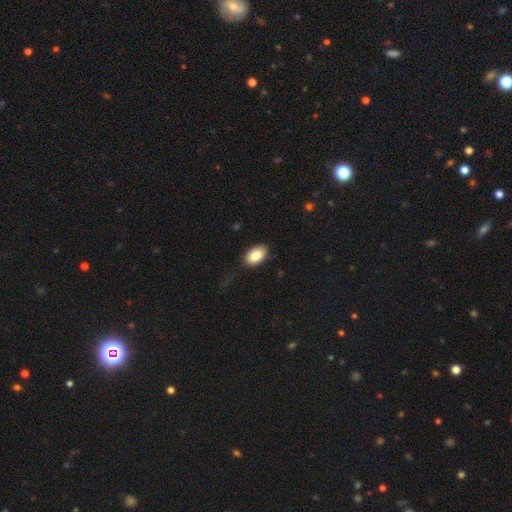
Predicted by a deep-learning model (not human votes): A smooth galaxy with no disk features (86%) that is in between round and cigar-shaped (90%). Merging: none (85%).